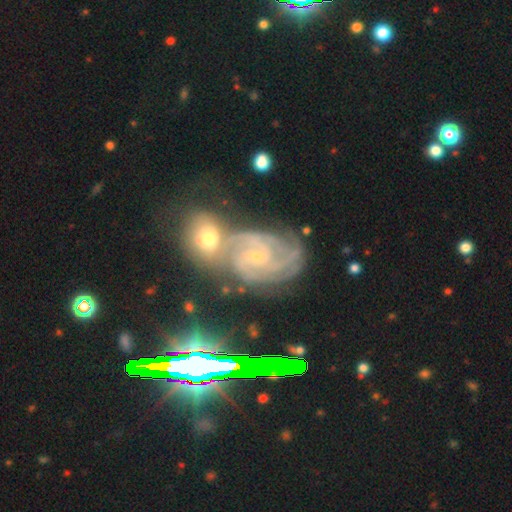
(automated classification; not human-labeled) smooth_or_featured: featured or disk (p=0.84) [alt: star or artifact p=0.09]
disk_edge_on: no (p=0.97) [alt: yes p=0.03]
bar: no (p=0.57) [alt: weak p=0.33]
has_spiral_arms: yes (p=0.97) [alt: no p=0.03]
spiral_winding: tight (p=0.60) [alt: medium p=0.34]
spiral_arm_count: 3 (p=0.29) [alt: can't tell p=0.21]
bulge_size: small (p=0.79) [alt: moderate p=0.15]
merging: none (p=0.40) [alt: merger p=0.36]